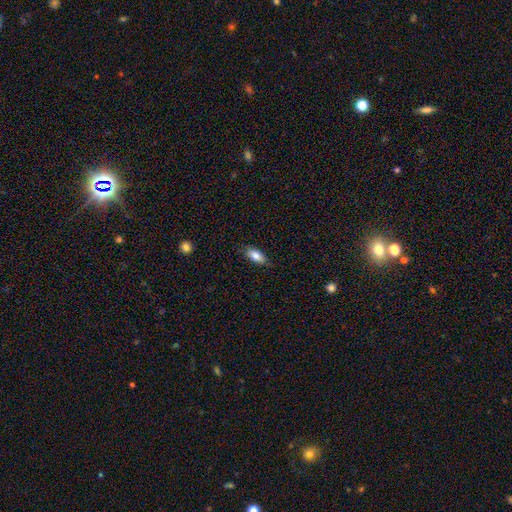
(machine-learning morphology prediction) smooth 81%, featured or disk 12%, star or artifact 7%. Down the decision tree: how rounded — in between (81%); merging — none (81%).